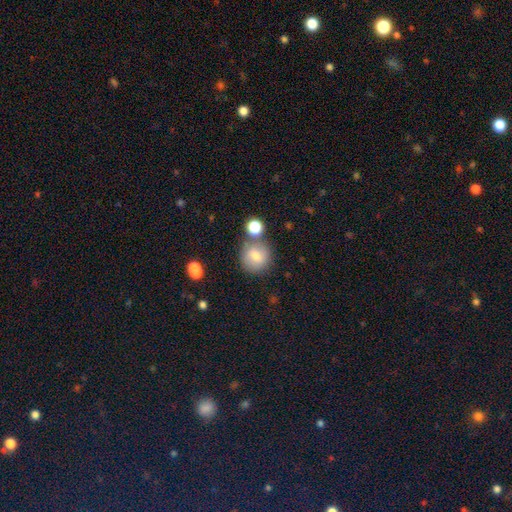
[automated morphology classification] type=smooth (76%); roundness=round (90%); merging=none (69%).